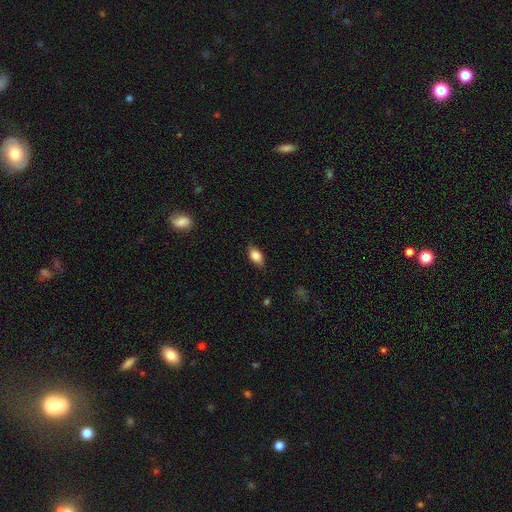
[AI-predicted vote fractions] This appears to be a smooth galaxy with no disk features (82%) that is in between round and cigar-shaped (88%). Merging: none (81%).